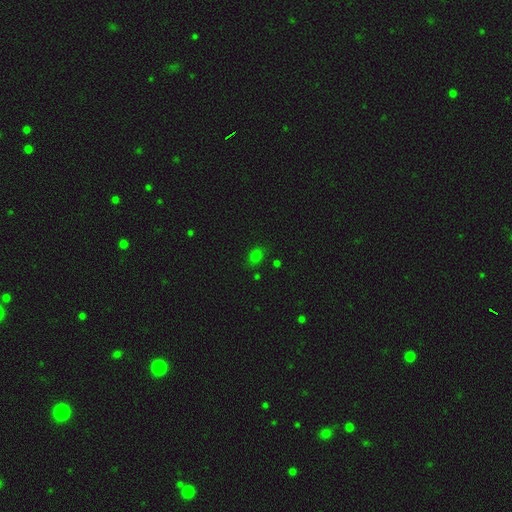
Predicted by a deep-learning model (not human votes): This is likely a smooth galaxy (74%). How rounded: likely in between (65%). Merging: likely none (79%).